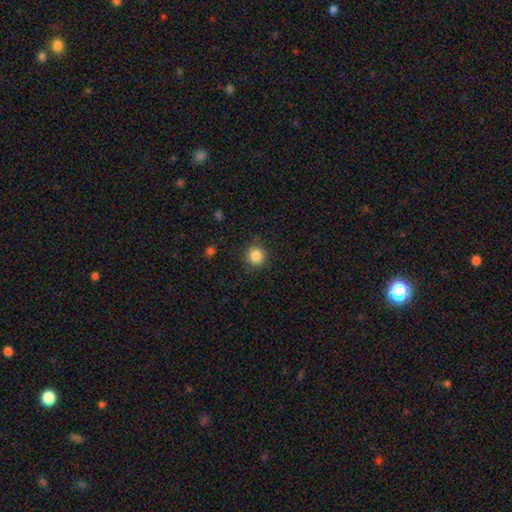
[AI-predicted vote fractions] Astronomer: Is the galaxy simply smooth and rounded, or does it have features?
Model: smooth — 85%.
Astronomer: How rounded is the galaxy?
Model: round — 93%.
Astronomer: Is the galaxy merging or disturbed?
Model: none — 88%.